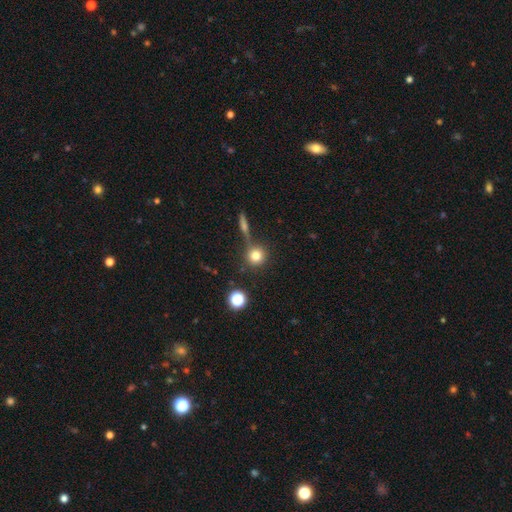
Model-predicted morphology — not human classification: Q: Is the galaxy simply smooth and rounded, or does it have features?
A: smooth — 78%.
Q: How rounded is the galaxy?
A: round — 92%.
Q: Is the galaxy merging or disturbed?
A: none — 73%.